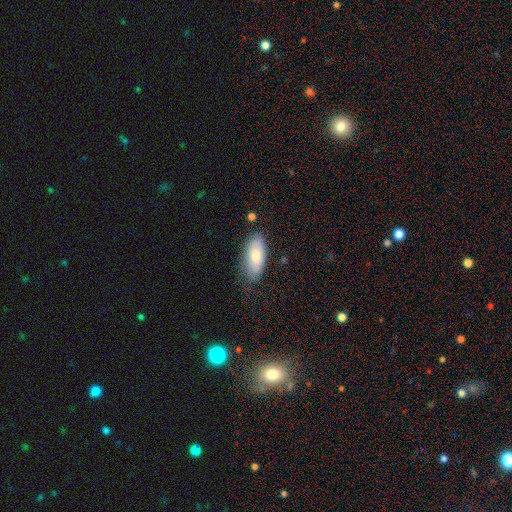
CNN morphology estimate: Overall: smooth (73%). How rounded: in between (88%). Merging: none (68%).